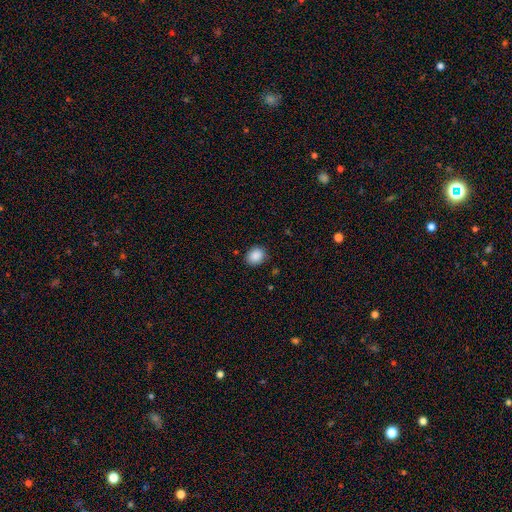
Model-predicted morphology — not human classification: smooth 89%, star or artifact 8%, featured or disk 3%. Down the decision tree: how rounded — round (64%); merging — none (86%).